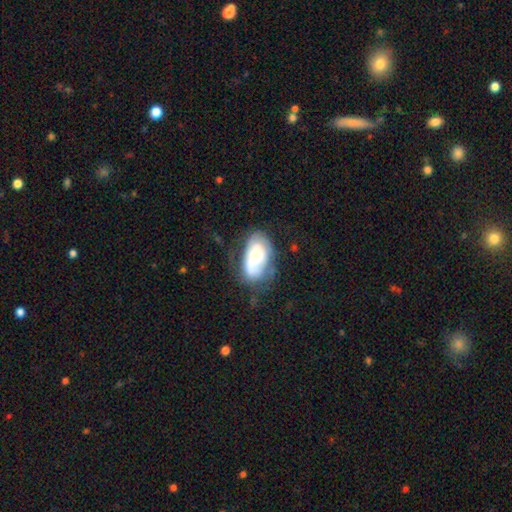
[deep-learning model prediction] This is possibly a smooth galaxy (46%, tied with featured or disk). Merging: marginally none (43%).